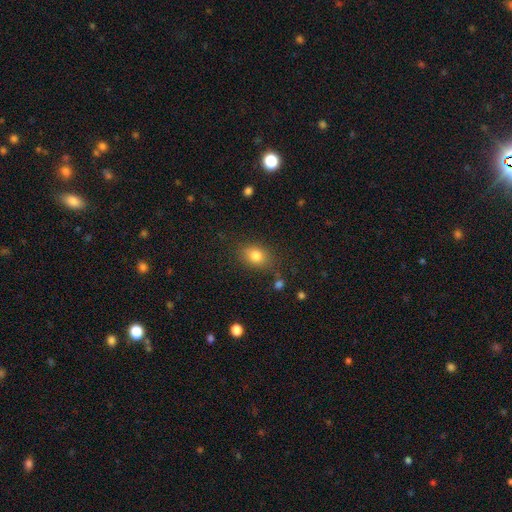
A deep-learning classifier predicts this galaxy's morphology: Smooth or featured? smooth (81%)
How rounded? in between (62%)
Merging? none (79%)